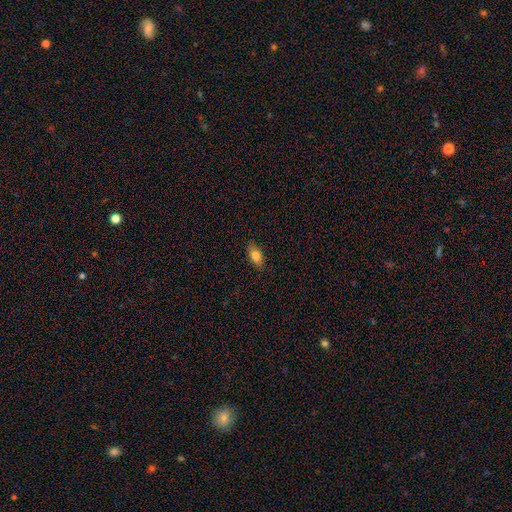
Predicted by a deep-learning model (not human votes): A smooth galaxy with no disk features (79%) that is in between round and cigar-shaped (87%). Merging: none (87%).